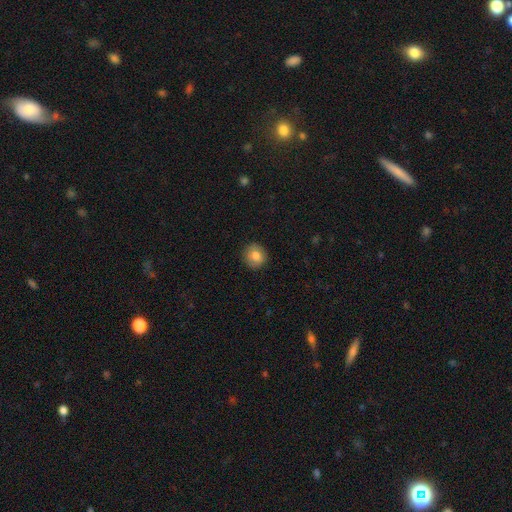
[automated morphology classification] Smooth or featured? smooth (81%)
How rounded? round (91%)
Merging? none (91%)